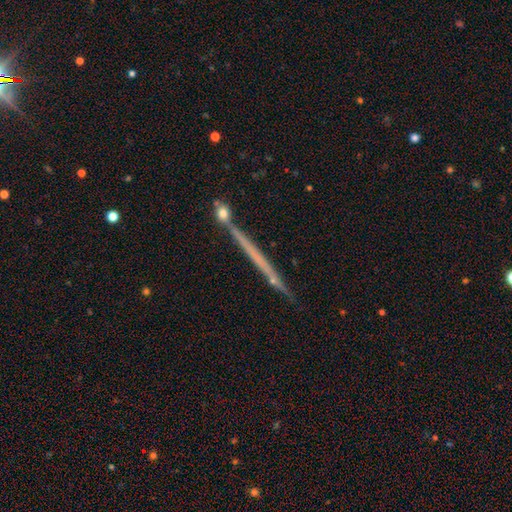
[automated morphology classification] featured or disk 57%, smooth 33%, star or artifact 9%. Down the decision tree: edge-on disk — yes (97%); edge-on bulge — none (93%); merging — none (85%).